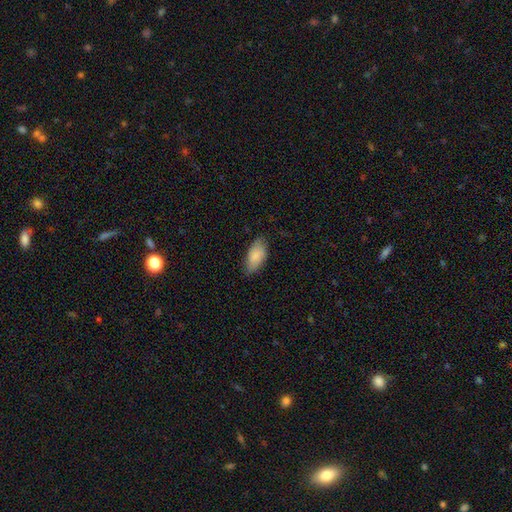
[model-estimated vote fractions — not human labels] This is clearly a smooth galaxy (83%). How rounded: clearly in between (92%). Merging: likely none (72%).